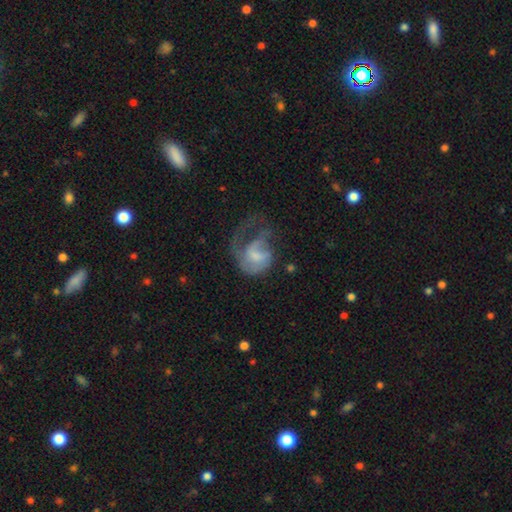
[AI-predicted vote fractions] Smooth or featured: featured or disk — 59% (smooth — 33%)
Edge-on disk: no — 98% (yes — 2%)
Bar: no — 53% (weak — 38%)
Spiral arms: yes — 69% (no — 31%)
Bulge size: small — 31% (moderate — 30%)
Merging: major disturbance — 59% (none — 21%)